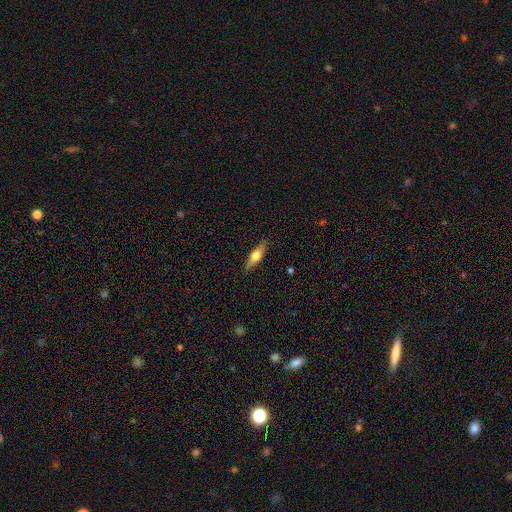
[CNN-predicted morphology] Smooth or featured?
  - featured or disk: 50% *
  - smooth: 44%
  - star or artifact: 6%
Merging?
  - none: 88% *
  - minor disturbance: 9%
  - major disturbance: 2%
  - merger: 1%